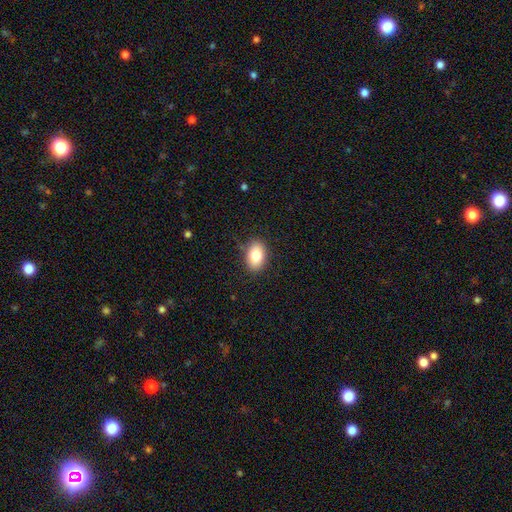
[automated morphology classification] smooth-or-featured: smooth: 81% | featured or disk: 11% | star or artifact: 8%
  how-rounded: in between: 87% | round: 12% | cigar-shaped: 1%
  merging: none: 85% | minor disturbance: 11% | major disturbance: 3% | merger: 1%